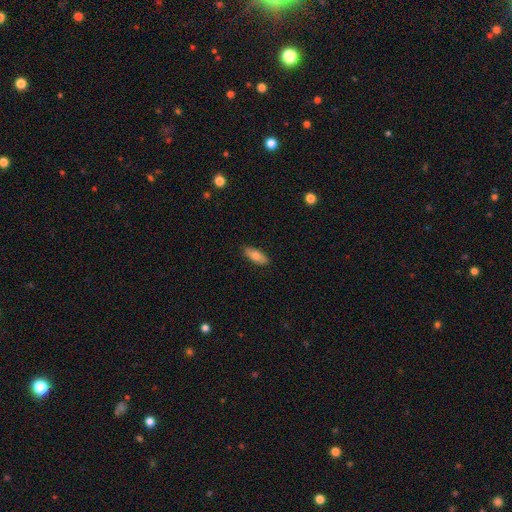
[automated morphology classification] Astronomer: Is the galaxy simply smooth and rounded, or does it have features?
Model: smooth — 74%.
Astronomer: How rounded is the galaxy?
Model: in between — 73%.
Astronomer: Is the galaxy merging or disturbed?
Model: none — 88%.